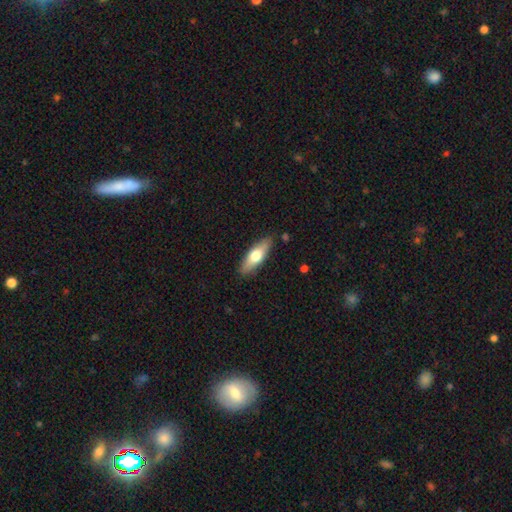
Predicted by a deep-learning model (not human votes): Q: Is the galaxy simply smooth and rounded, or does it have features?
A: smooth — 61%.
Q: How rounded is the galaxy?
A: in between — 58%.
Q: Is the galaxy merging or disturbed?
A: none — 87%.